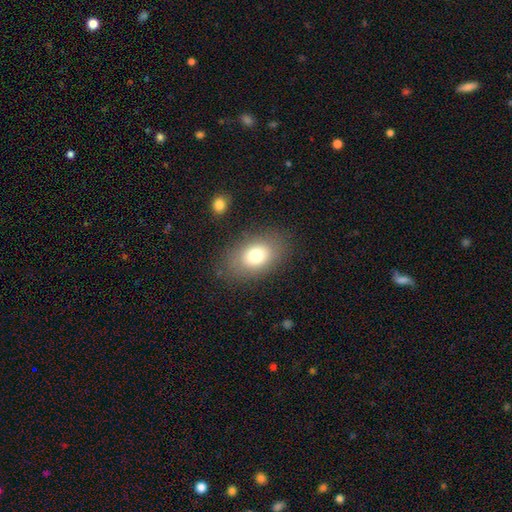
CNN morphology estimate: A smooth galaxy with no disk features (75%) that is in between round and cigar-shaped (80%). Merging: none (81%).